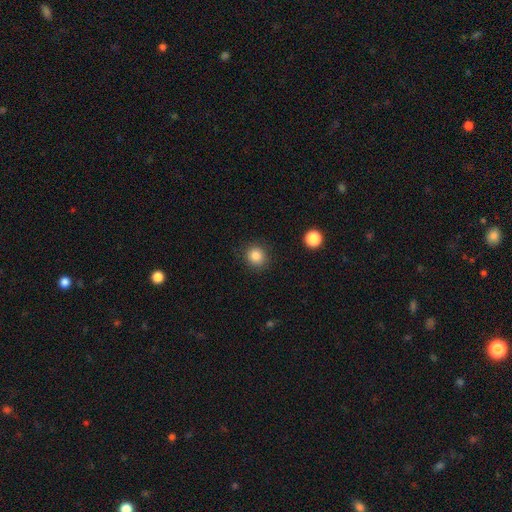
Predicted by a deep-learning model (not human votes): smooth 85%, star or artifact 11%, featured or disk 4%. Down the decision tree: how rounded — round (89%); merging — none (88%).